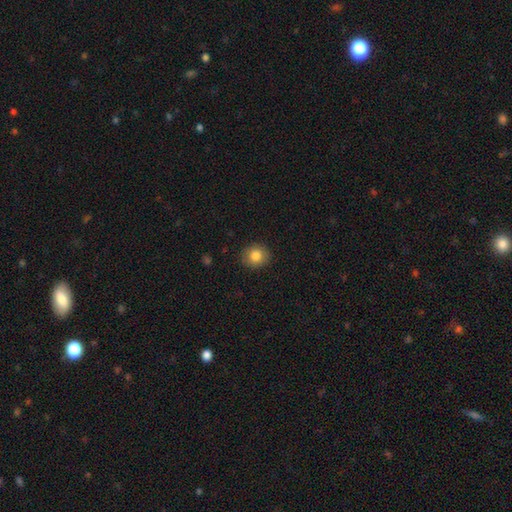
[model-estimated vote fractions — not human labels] This appears to be a smooth galaxy with no disk features (84%) that is round (81%). Merging: none (89%).